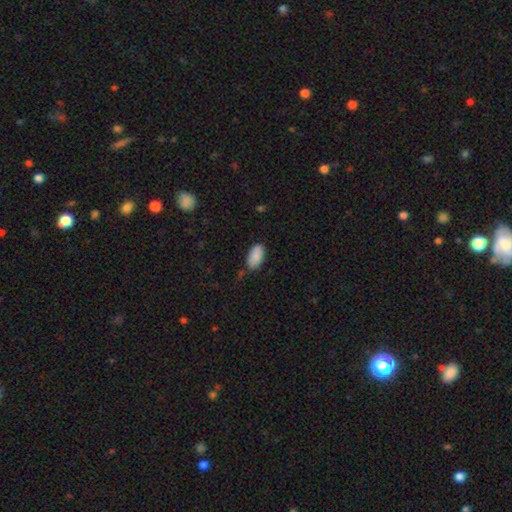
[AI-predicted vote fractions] A smooth galaxy with no disk features (88%) that is in between round and cigar-shaped (93%). Merging: none (73%).